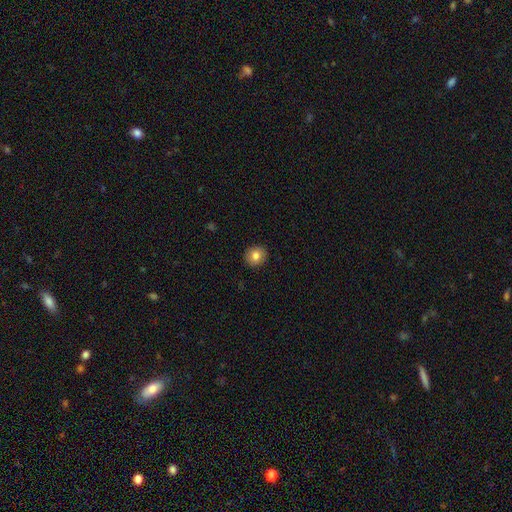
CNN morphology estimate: This is clearly a smooth galaxy (82%). How rounded: clearly round (90%). Merging: clearly none (92%).